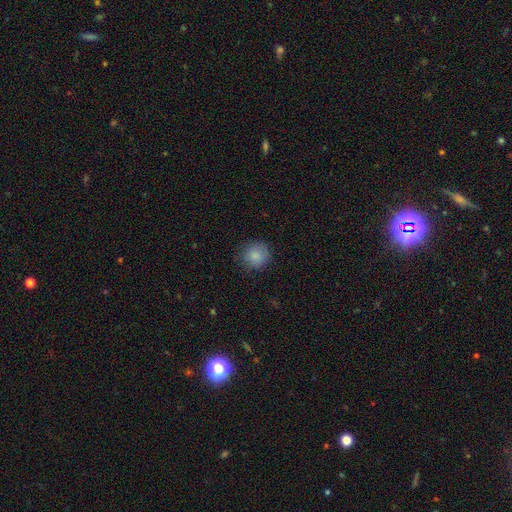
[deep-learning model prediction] Smooth or featured? Predicted: smooth (p=0.86). How rounded? Predicted: round (p=0.88). Merging? Predicted: none (p=0.82).